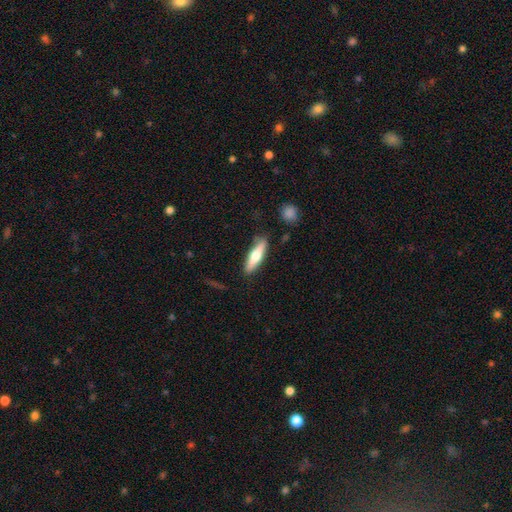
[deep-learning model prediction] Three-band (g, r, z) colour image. It shows a smooth galaxy with no disk features (55%) that is cigar-shaped (69%). Merging: none (84%).